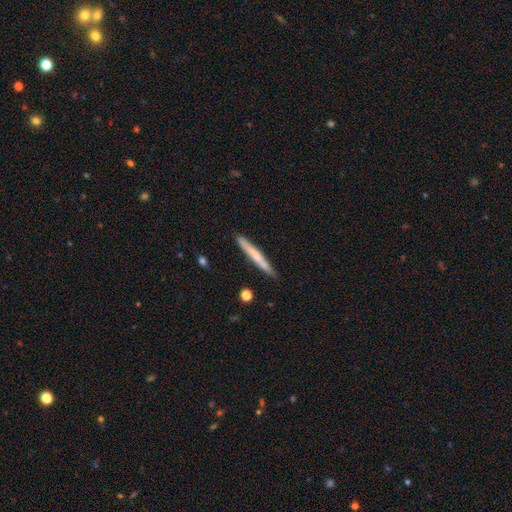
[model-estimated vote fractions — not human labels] Smooth or featured? smooth (58%)
How rounded? cigar-shaped (96%)
Merging? none (88%)